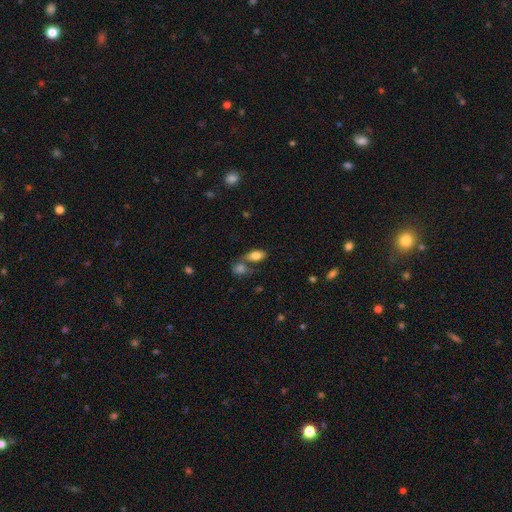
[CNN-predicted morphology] smooth_or_featured: smooth (p=0.78) [alt: featured or disk p=0.13]
how_rounded: in between (p=0.88) [alt: cigar-shaped p=0.07]
merging: none (p=0.48) [alt: merger p=0.35]